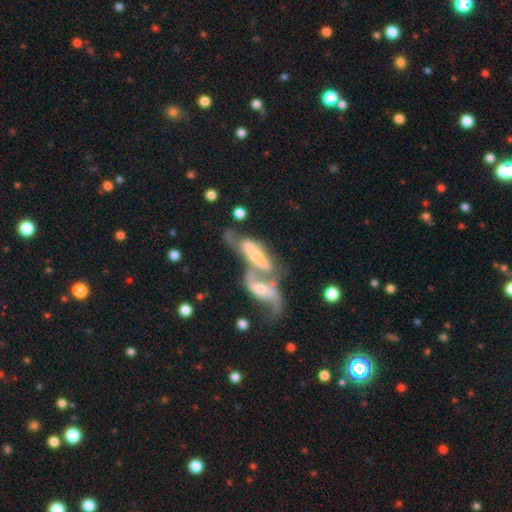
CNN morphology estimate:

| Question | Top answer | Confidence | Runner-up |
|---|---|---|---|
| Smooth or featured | featured or disk | 70% | smooth (23%) |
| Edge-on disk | no | 77% | yes (23%) |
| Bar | no | 38% | weak (33%) |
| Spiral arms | yes | 81% | no (19%) |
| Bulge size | small | 47% | moderate (40%) |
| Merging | merger | 71% | none (14%) |